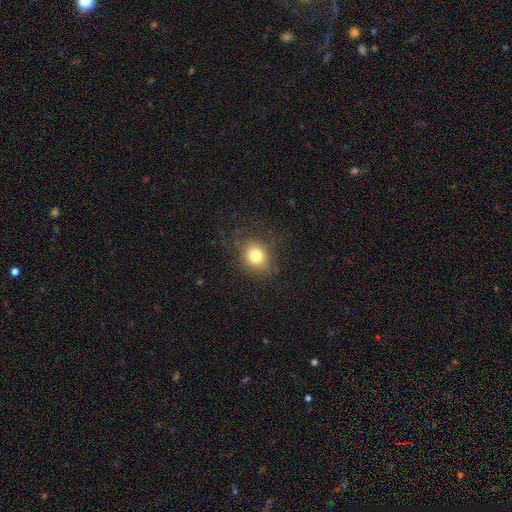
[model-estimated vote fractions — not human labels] Q: Smooth or featured?
A: smooth (79%); runner-up: star or artifact (12%)
Q: How rounded?
A: round (64%); runner-up: in between (36%)
Q: Merging?
A: none (83%); runner-up: minor disturbance (12%)